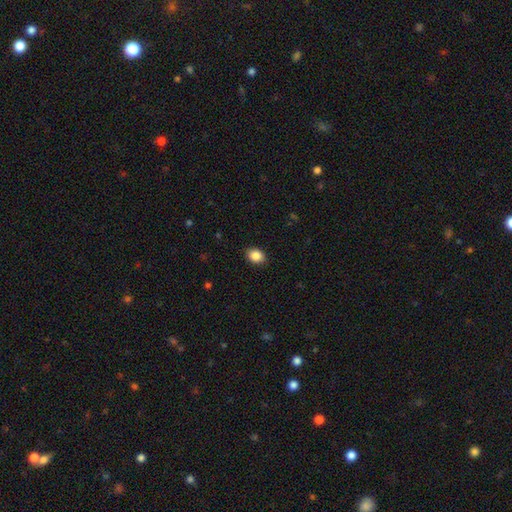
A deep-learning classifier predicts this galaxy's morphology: Overall: smooth (88%). How rounded: in between (66%; round 33%). Merging: none (88%).